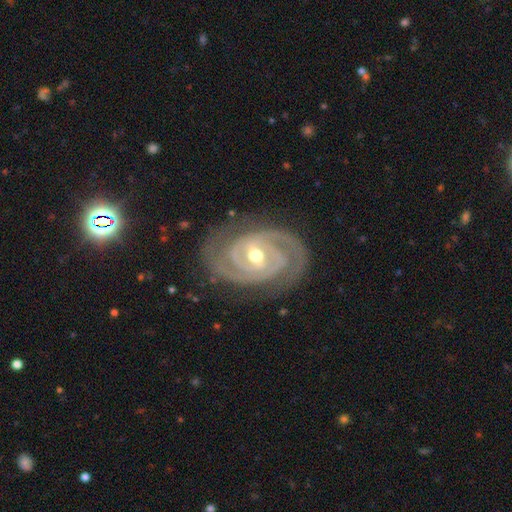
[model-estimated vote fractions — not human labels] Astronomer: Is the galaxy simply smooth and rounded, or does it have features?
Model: featured or disk — 93%.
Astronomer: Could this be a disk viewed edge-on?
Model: no — 97%.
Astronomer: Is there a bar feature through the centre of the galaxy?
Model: weak — 46% (runner-up: strong, 29%).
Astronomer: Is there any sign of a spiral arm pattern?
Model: yes — 98%.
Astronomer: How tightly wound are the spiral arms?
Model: tight — 72%.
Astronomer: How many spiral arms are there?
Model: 2 — 70%.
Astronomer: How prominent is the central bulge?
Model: moderate — 66%.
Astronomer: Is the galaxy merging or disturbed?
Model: none — 80%.